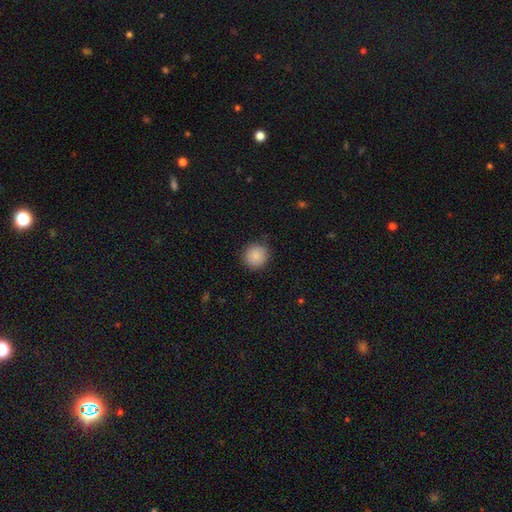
smooth-or-featured: smooth: 90% | star or artifact: 8% | featured or disk: 3%
  how-rounded: round: 91% | in between: 9% | cigar-shaped: 0%
  merging: none: 92% | minor disturbance: 8% | major disturbance: 0% | merger: 0%